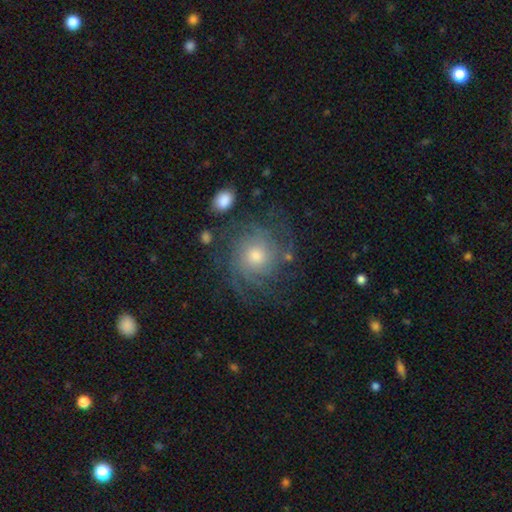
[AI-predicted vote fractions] Morphology: type=featured or disk (73%); edge-on=no (97%); bar=no (80%); spiral arms=yes (92%); winding=tight (59%); arm count=can't tell (39%); bulge=moderate (60%); merging=none (72%).